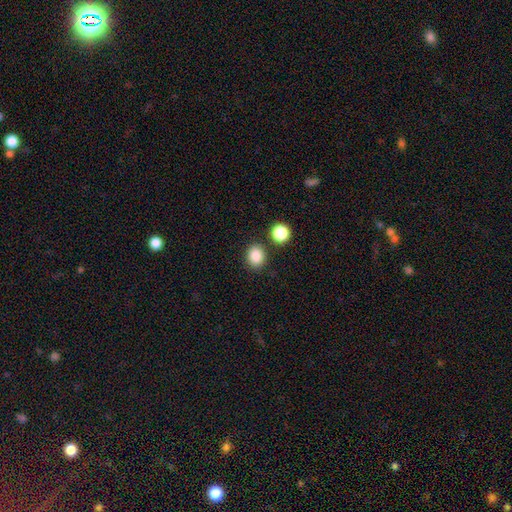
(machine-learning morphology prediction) Smooth or featured: smooth — 86% (star or artifact — 10%)
How rounded: round — 63% (in between — 36%)
Merging: none — 83% (minor disturbance — 8%)